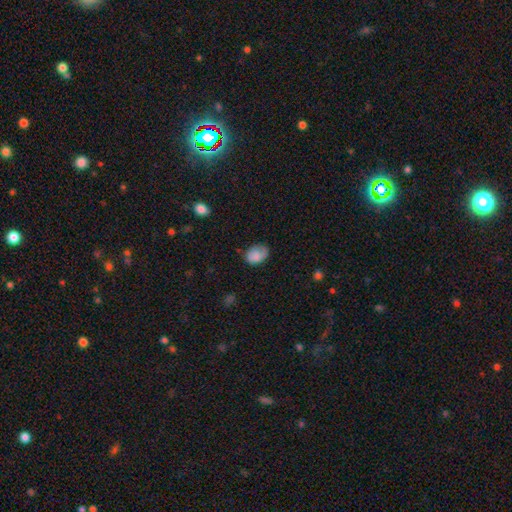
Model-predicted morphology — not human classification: A smooth galaxy with no disk features (81%) that is in between round and cigar-shaped (78%). Merging: none (62%).